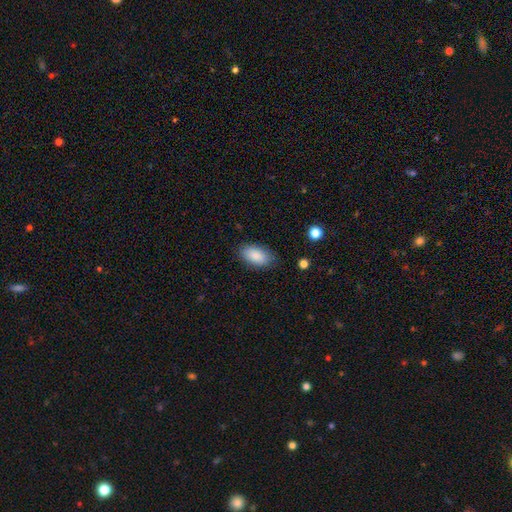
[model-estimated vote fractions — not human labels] Smooth or featured?
  - smooth: 89% *
  - star or artifact: 6%
  - featured or disk: 5%
How rounded?
  - in between: 94% *
  - round: 3%
  - cigar-shaped: 3%
Merging?
  - none: 84% *
  - minor disturbance: 12%
  - major disturbance: 3%
  - merger: 1%